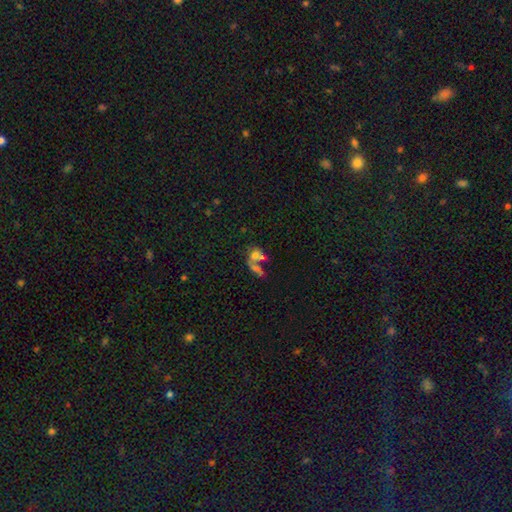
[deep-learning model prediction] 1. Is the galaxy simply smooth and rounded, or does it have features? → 52% smooth, 32% featured or disk, 16% star or artifact.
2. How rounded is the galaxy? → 63% in between, 34% round, 3% cigar-shaped.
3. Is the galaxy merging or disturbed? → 58% merger, 18% none, 16% major disturbance, 8% minor disturbance.